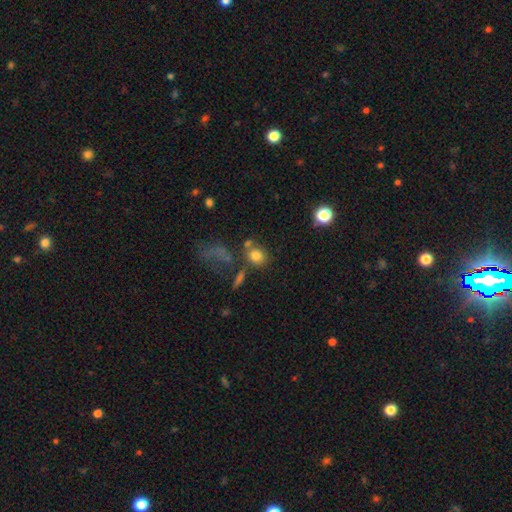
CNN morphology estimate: A smooth galaxy with no disk features (78%) that is round (70%).

Vote fractions:
- Smooth or featured? smooth: 78% / star or artifact: 12% / featured or disk: 10%
- How rounded? round: 70% / in between: 28% / cigar-shaped: 2%
- Merging? none: 60% / merger: 18% / minor disturbance: 13% / major disturbance: 9%